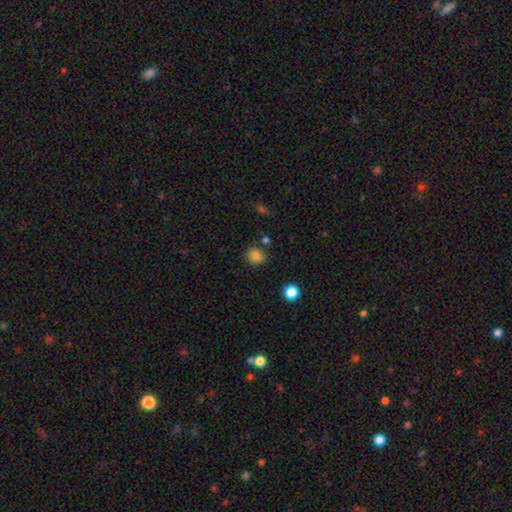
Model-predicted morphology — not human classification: smooth_or_featured: smooth (p=0.83) [alt: star or artifact p=0.12]
how_rounded: round (p=0.85) [alt: in between p=0.14]
merging: none (p=0.82) [alt: minor disturbance p=0.10]